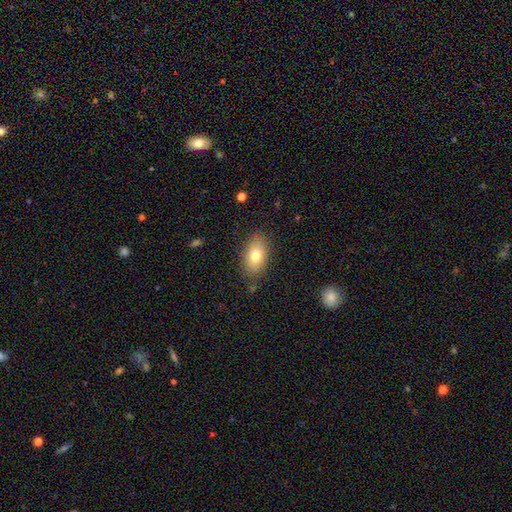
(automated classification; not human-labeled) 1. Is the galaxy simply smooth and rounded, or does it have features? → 77% smooth, 15% featured or disk, 8% star or artifact.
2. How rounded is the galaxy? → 91% in between, 7% round, 2% cigar-shaped.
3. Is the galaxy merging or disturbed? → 83% none, 12% minor disturbance, 3% major disturbance, 2% merger.